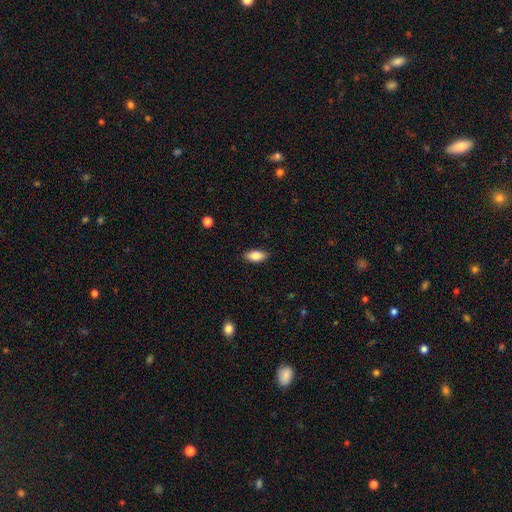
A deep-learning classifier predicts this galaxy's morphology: Smooth or featured?
  - smooth: 87% *
  - star or artifact: 7%
  - featured or disk: 6%
How rounded?
  - in between: 90% *
  - cigar-shaped: 6%
  - round: 3%
Merging?
  - none: 87% *
  - minor disturbance: 9%
  - major disturbance: 2%
  - merger: 1%